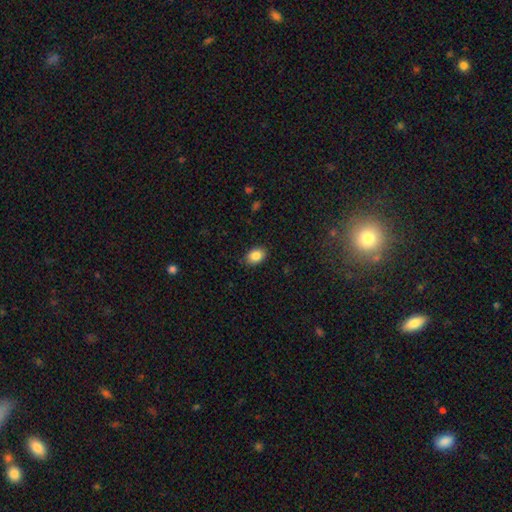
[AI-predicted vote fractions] This is clearly a smooth galaxy (86%). How rounded: likely in between (78%). Merging: clearly none (87%).